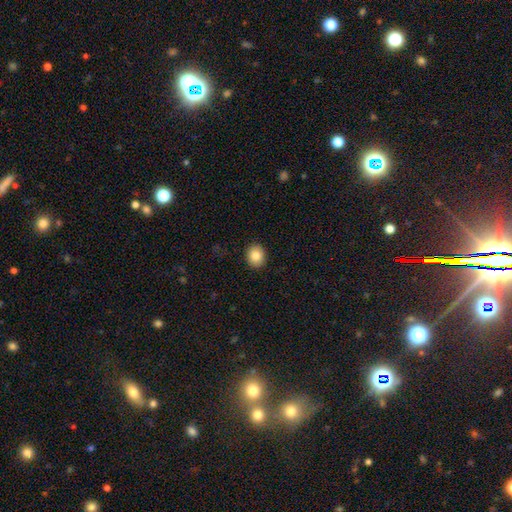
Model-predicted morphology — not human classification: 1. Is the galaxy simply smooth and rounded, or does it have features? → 84% smooth, 9% star or artifact, 7% featured or disk.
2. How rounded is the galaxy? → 70% round, 29% in between, 1% cigar-shaped.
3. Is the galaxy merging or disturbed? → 91% none, 6% minor disturbance, 2% major disturbance, 1% merger.